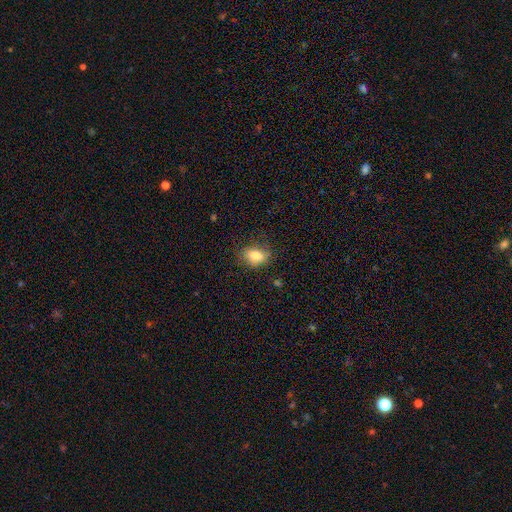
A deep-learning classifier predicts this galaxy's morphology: This appears to be a smooth galaxy with no disk features (83%) that is in between round and cigar-shaped (79%). Merging: none (72%).